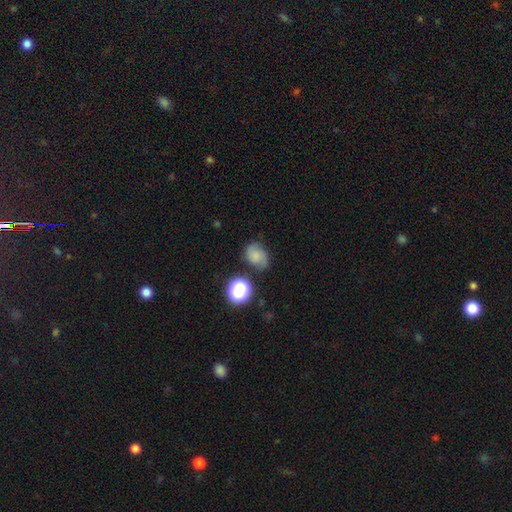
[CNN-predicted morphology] Smooth or featured?
  - smooth: 58% *
  - featured or disk: 27%
  - star or artifact: 16%
How rounded?
  - in between: 59% *
  - round: 40%
  - cigar-shaped: 1%
Merging?
  - none: 63% *
  - minor disturbance: 23%
  - major disturbance: 7%
  - merger: 6%